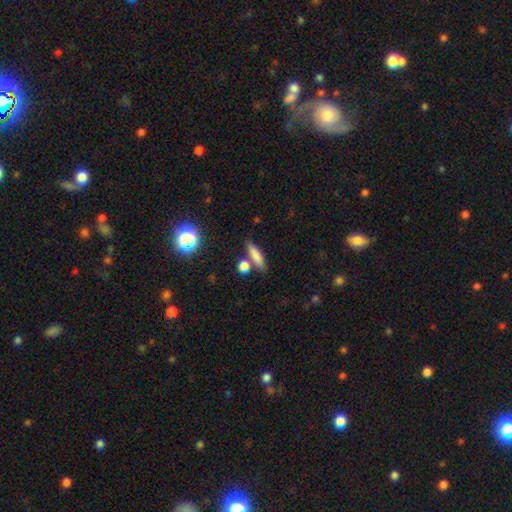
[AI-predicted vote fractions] This is clearly a smooth galaxy (80%). How rounded: possibly cigar-shaped (58%). Merging: likely none (69%).